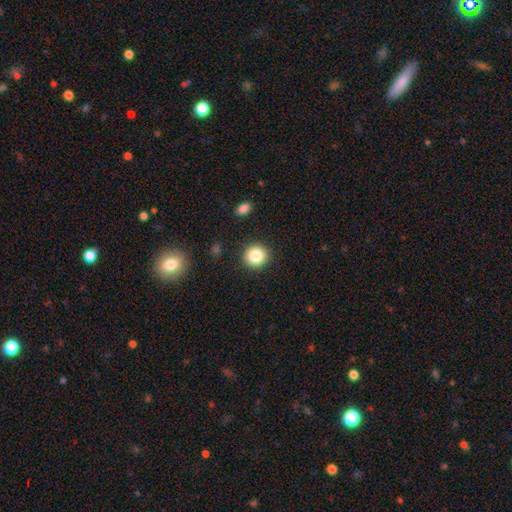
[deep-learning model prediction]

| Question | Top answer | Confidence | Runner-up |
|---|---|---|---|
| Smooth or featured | smooth | 84% | star or artifact (10%) |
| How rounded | round | 88% | in between (11%) |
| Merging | none | 90% | minor disturbance (7%) |